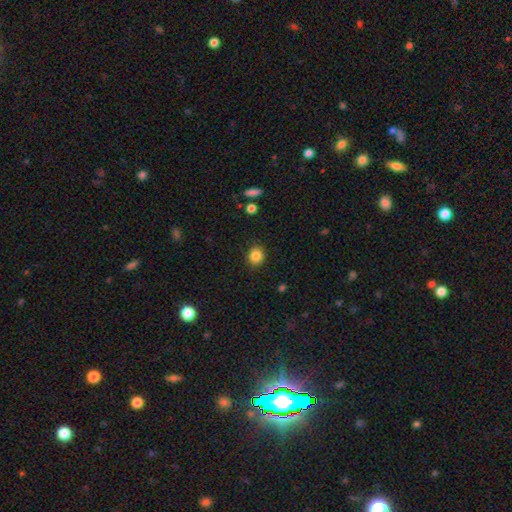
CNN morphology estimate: Q: Smooth or featured?
A: smooth (85%); runner-up: star or artifact (10%)
Q: How rounded?
A: round (78%); runner-up: in between (21%)
Q: Merging?
A: none (89%); runner-up: minor disturbance (7%)